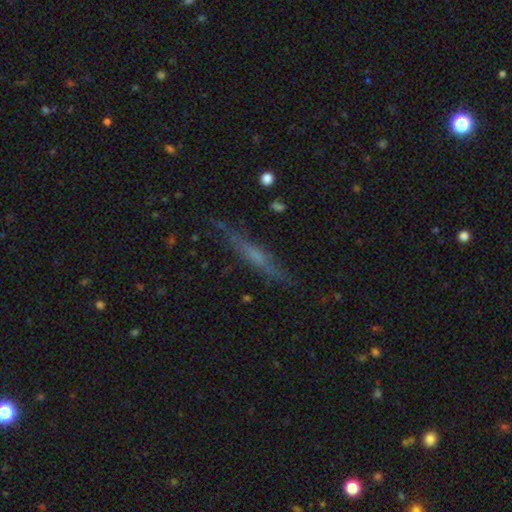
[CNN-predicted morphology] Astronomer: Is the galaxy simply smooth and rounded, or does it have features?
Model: featured or disk — 53% (runner-up: smooth, 36%).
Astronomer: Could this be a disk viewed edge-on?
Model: yes — 91%.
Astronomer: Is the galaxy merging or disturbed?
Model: none — 81%.